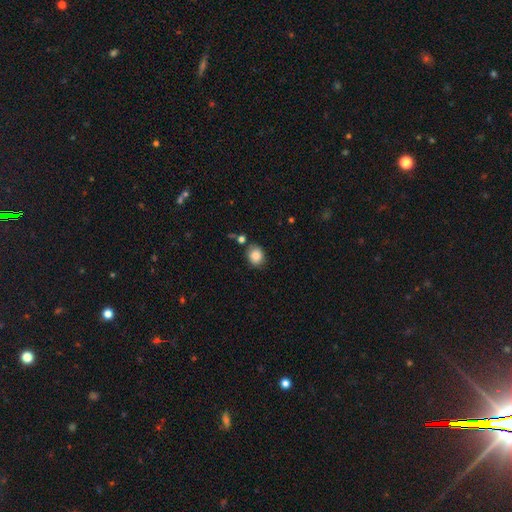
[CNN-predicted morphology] Smooth or featured: smooth — 84% (star or artifact — 9%)
How rounded: round — 60% (in between — 39%)
Merging: none — 77% (minor disturbance — 13%)